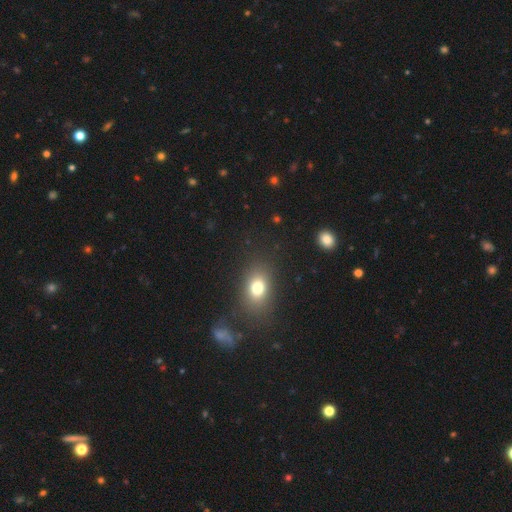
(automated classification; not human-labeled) Morphology: type=smooth (66%); roundness=in between (68%); merging=none (80%).